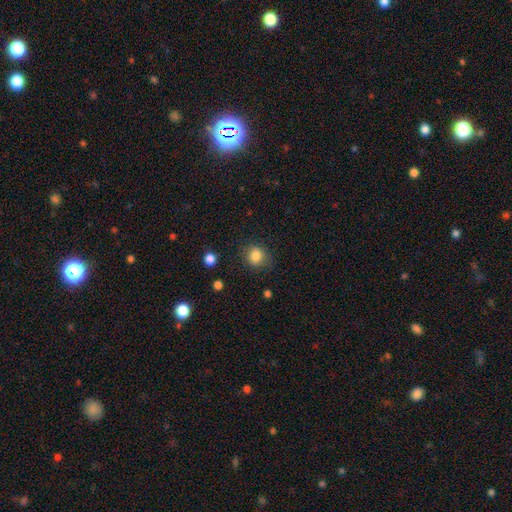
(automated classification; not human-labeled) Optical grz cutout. It shows a smooth galaxy with no disk features (83%) that is round (74%). Merging: none (78%).